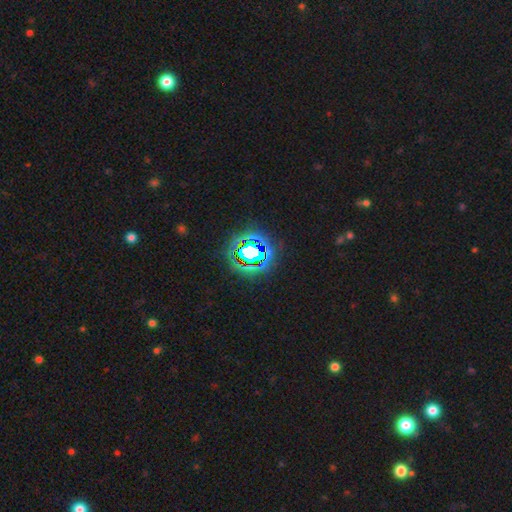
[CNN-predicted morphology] Smooth or featured?
  - star or artifact: 76% *
  - smooth: 15%
  - featured or disk: 9%